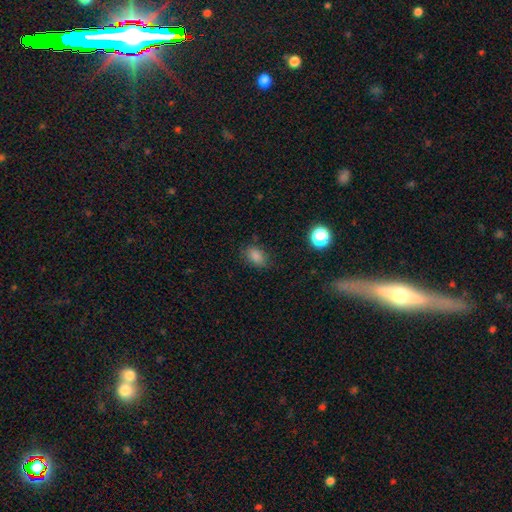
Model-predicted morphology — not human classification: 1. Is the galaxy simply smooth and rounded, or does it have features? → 82% smooth, 13% star or artifact, 5% featured or disk.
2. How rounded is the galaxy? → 78% in between, 21% round, 2% cigar-shaped.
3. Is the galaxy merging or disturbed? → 79% none, 15% minor disturbance, 4% major disturbance, 2% merger.